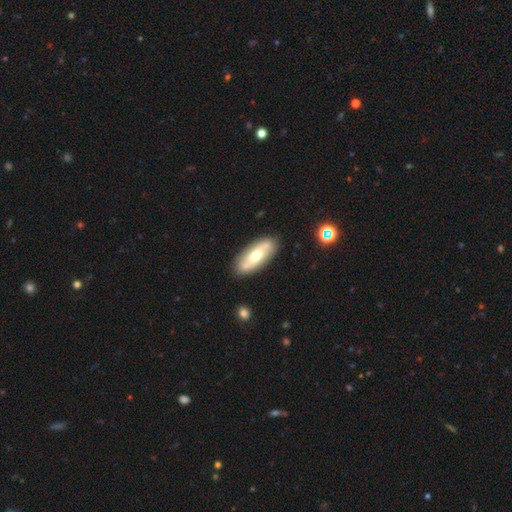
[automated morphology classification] smooth-or-featured: smooth: 49% | featured or disk: 45% | star or artifact: 6%
  merging: none: 83% | minor disturbance: 12% | merger: 3% | major disturbance: 3%